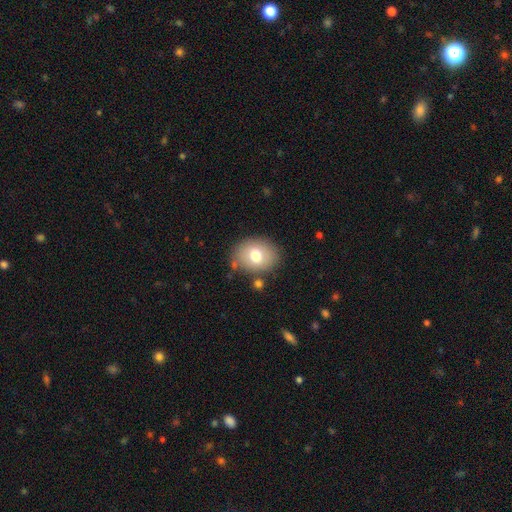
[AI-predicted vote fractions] A smooth galaxy with no disk features (73%) that is in between round and cigar-shaped (53%).

Vote fractions:
- Smooth or featured? smooth: 73% / featured or disk: 18% / star or artifact: 9%
- How rounded? in between: 53% / round: 46% / cigar-shaped: 1%
- Merging? none: 79% / minor disturbance: 13% / merger: 4% / major disturbance: 4%